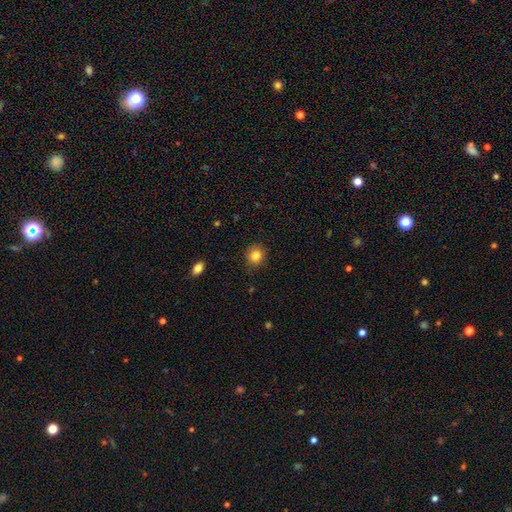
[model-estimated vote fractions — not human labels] smooth-or-featured: smooth: 83% | star or artifact: 11% | featured or disk: 6%
  how-rounded: round: 85% | in between: 14% | cigar-shaped: 1%
  merging: none: 87% | minor disturbance: 9% | major disturbance: 2% | merger: 1%